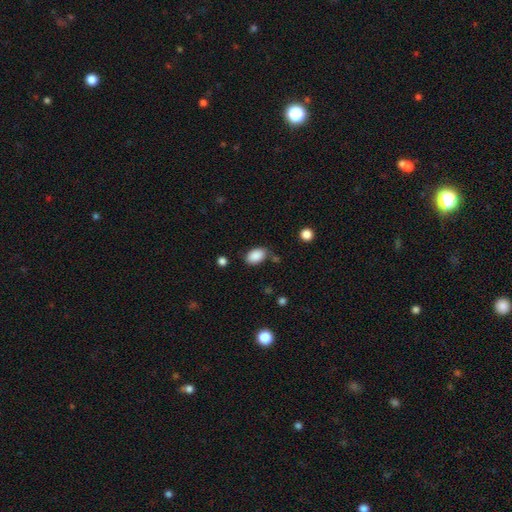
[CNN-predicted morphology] Smooth or featured: smooth — 89% (star or artifact — 8%)
How rounded: in between — 90% (round — 9%)
Merging: none — 74% (minor disturbance — 17%)